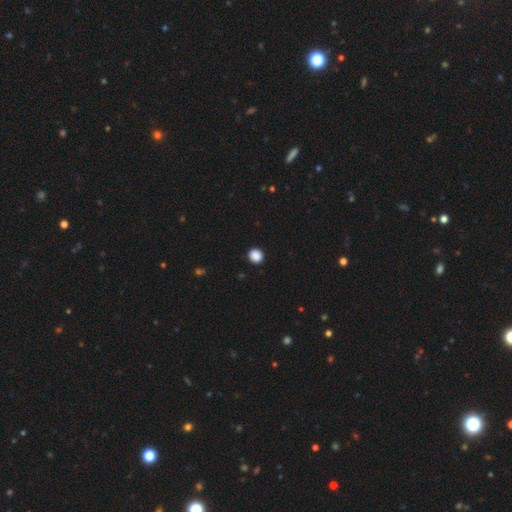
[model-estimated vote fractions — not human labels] smooth 89%, star or artifact 9%, featured or disk 2%. Down the decision tree: how rounded — round (85%); merging — none (92%).